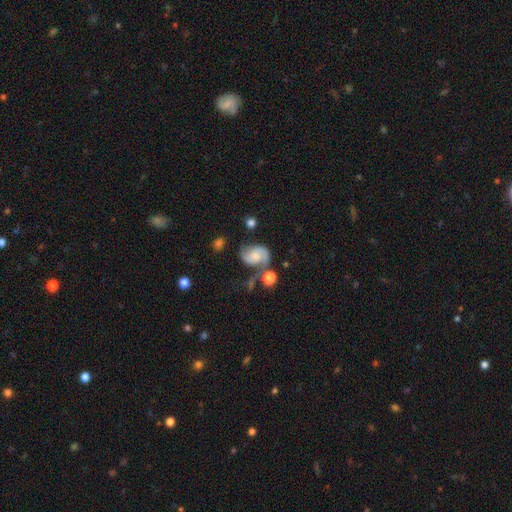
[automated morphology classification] A featured or disk galaxy (82%) with no bar (62%), 2 (89%) medium (51%) spiral arms (96%) and a small central bulge (39%). Merging: none (47%).